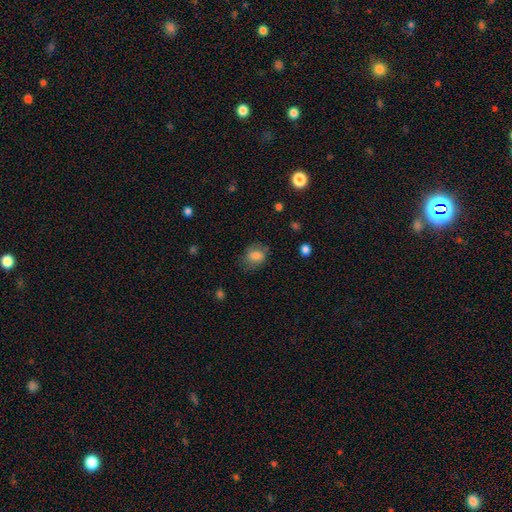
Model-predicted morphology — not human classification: Smooth or featured: smooth — 78% (featured or disk — 13%)
How rounded: in between — 54% (round — 45%)
Merging: none — 70% (minor disturbance — 21%)